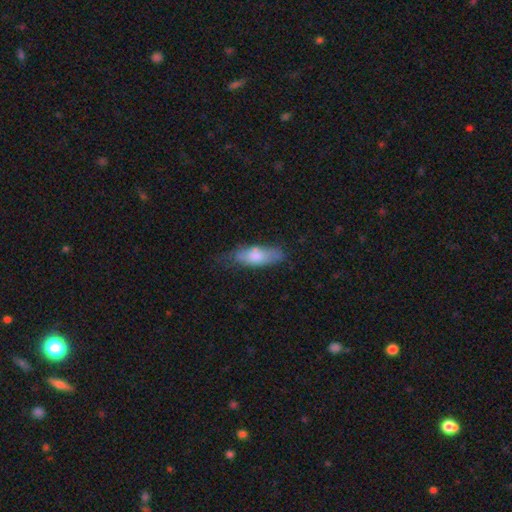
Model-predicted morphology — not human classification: A smooth galaxy with no disk features (73%) that is in between round and cigar-shaped (64%). Merging: none (56%).